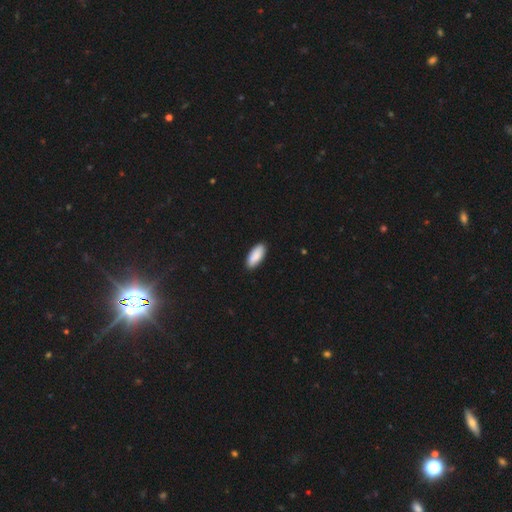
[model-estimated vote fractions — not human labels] Morphology: type=smooth (89%); roundness=in between (84%); merging=none (88%).